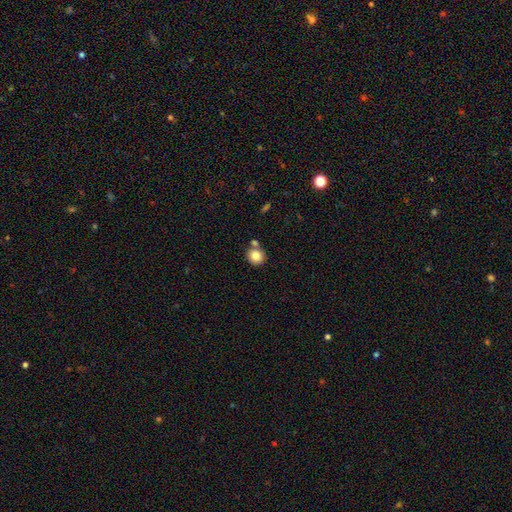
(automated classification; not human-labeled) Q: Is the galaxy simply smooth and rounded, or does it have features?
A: smooth — 84%.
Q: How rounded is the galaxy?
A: round — 88%.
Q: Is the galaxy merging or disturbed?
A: none — 70%.